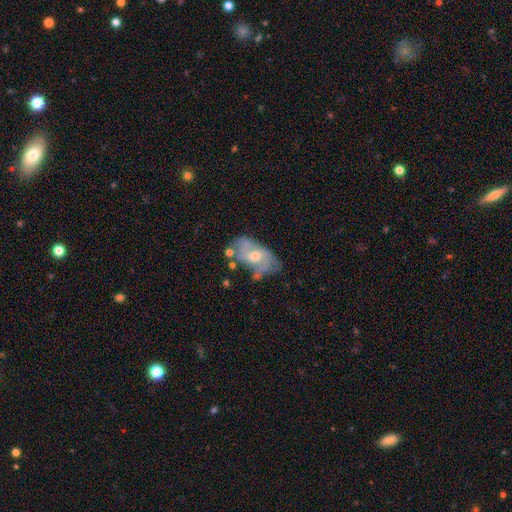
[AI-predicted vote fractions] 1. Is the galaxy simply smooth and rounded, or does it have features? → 67% featured or disk, 25% smooth, 8% star or artifact.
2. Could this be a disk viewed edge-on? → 94% no, 6% yes.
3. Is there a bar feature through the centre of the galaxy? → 60% no, 33% weak, 7% strong.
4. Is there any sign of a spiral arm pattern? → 70% yes, 30% no.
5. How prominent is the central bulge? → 67% moderate, 24% small, 6% large, 2% none, 1% dominant.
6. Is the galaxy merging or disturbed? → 41% none, 28% minor disturbance, 20% major disturbance, 10% merger.